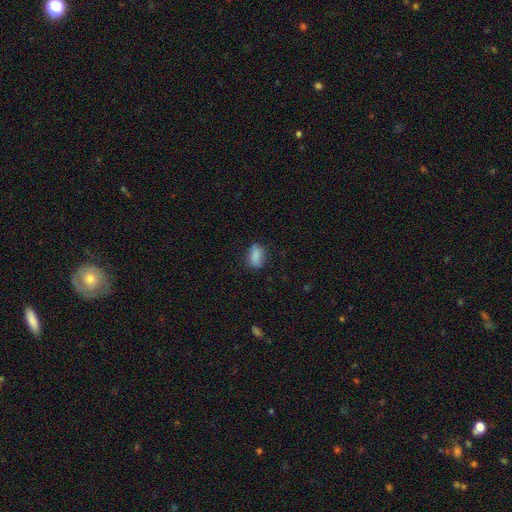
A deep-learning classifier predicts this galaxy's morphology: smooth 86%, star or artifact 9%, featured or disk 5%. Down the decision tree: how rounded — in between (85%); merging — none (77%).